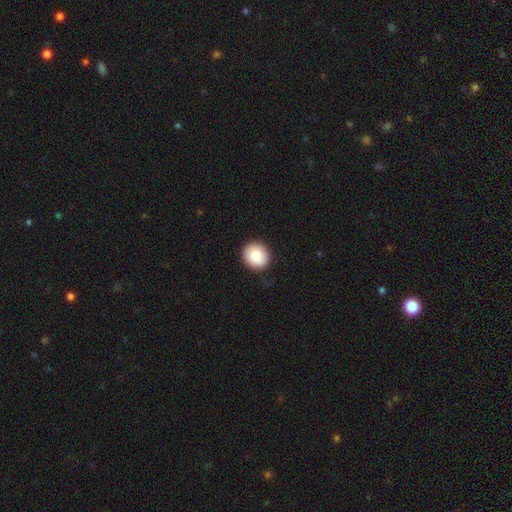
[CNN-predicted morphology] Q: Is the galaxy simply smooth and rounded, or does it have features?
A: smooth — 86%.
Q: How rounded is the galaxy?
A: round — 88%.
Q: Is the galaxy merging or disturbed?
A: none — 90%.